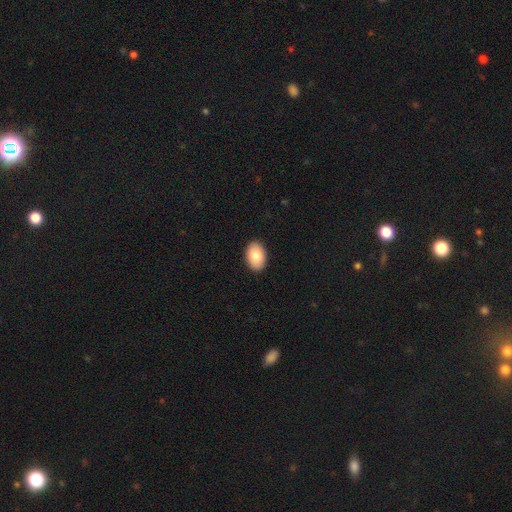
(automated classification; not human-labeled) This appears to be a smooth galaxy with no disk features (85%) that is in between round and cigar-shaped (90%). Merging: none (91%).